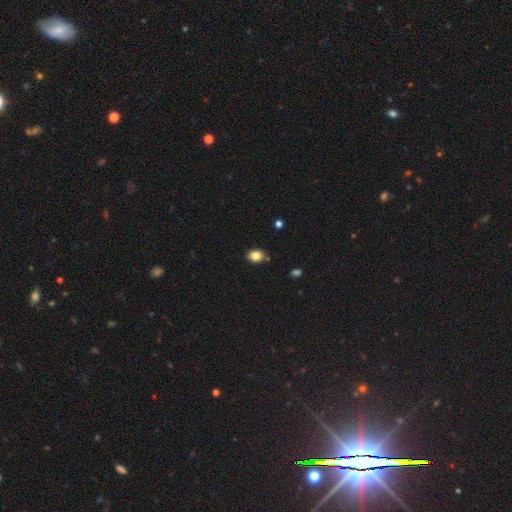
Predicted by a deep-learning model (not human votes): smooth-or-featured: smooth: 84% | star or artifact: 10% | featured or disk: 6%
  how-rounded: in between: 53% | round: 46% | cigar-shaped: 1%
  merging: none: 84% | minor disturbance: 11% | merger: 3% | major disturbance: 2%